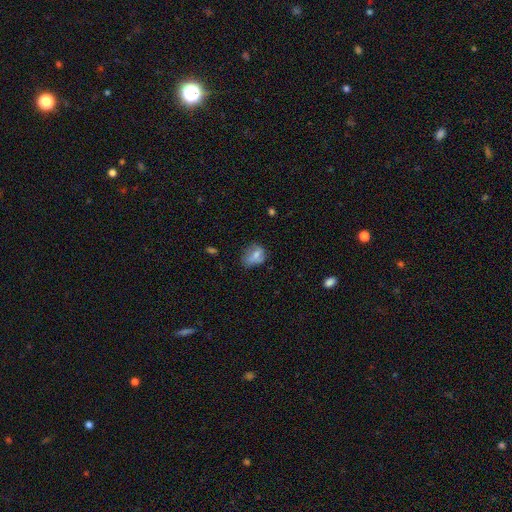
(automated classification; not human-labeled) Smooth or featured: smooth — 68% (featured or disk — 22%)
How rounded: in between — 65% (round — 33%)
Merging: none — 48% (minor disturbance — 32%)